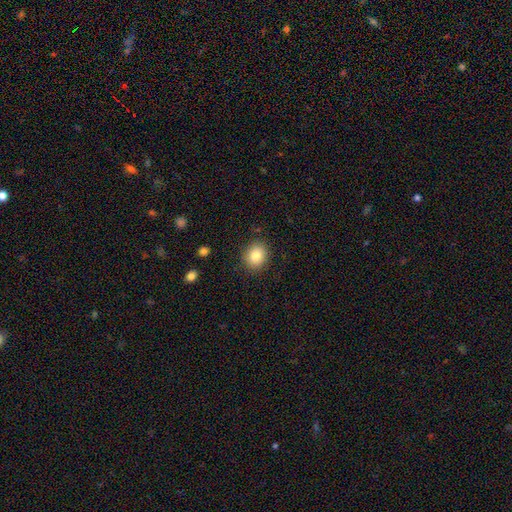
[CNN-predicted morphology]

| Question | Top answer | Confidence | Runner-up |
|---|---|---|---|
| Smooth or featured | smooth | 83% | star or artifact (9%) |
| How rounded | round | 65% | in between (34%) |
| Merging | none | 88% | minor disturbance (9%) |